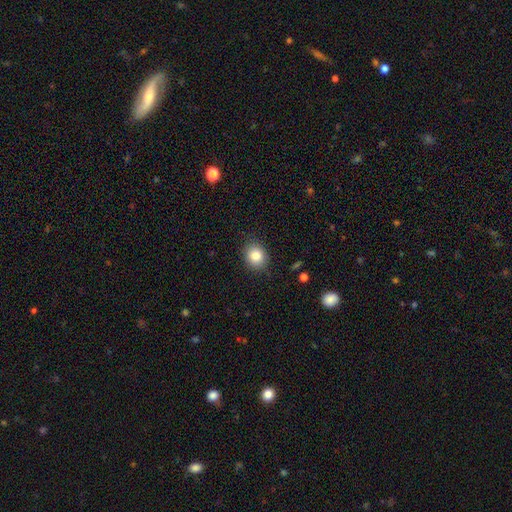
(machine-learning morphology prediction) This appears to be a smooth galaxy with no disk features (84%) that is round (63%). Merging: none (87%).